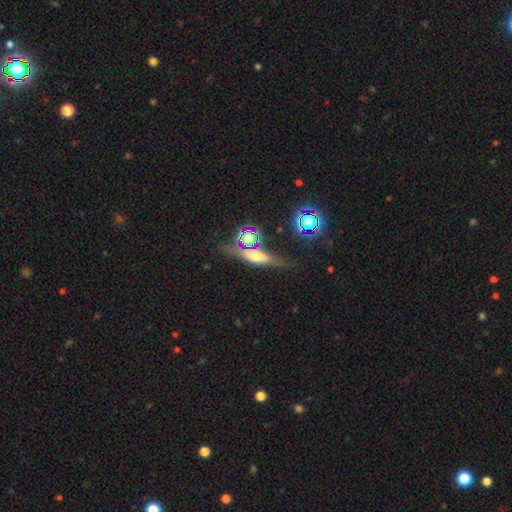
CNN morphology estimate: Smooth or featured? featured or disk (46%)
Merging? none (74%)